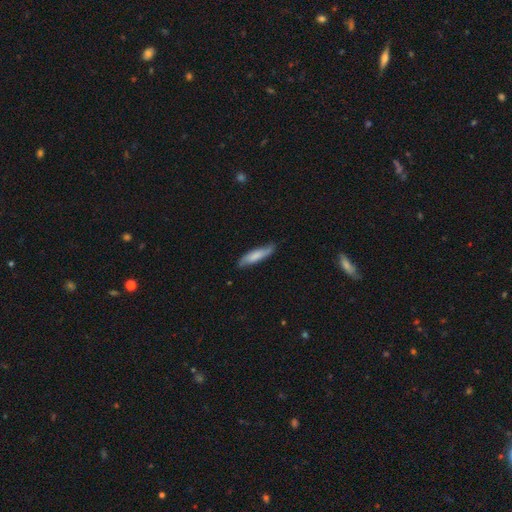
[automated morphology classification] smooth_or_featured: smooth (p=0.72) [alt: featured or disk p=0.22]
how_rounded: cigar-shaped (p=0.73) [alt: in between p=0.26]
merging: none (p=0.77) [alt: minor disturbance p=0.18]